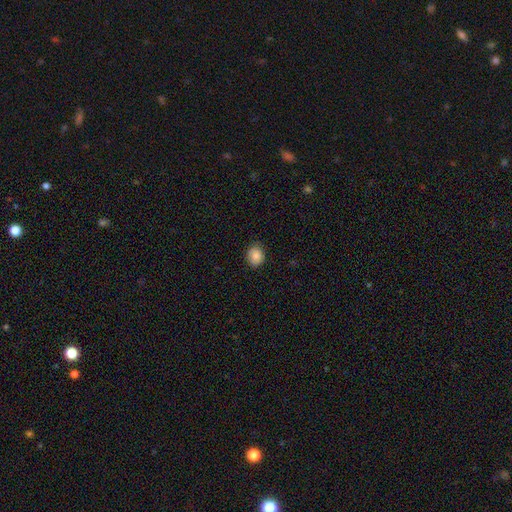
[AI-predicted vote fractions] Smooth or featured? smooth (86%)
How rounded? round (63%)
Merging? none (85%)